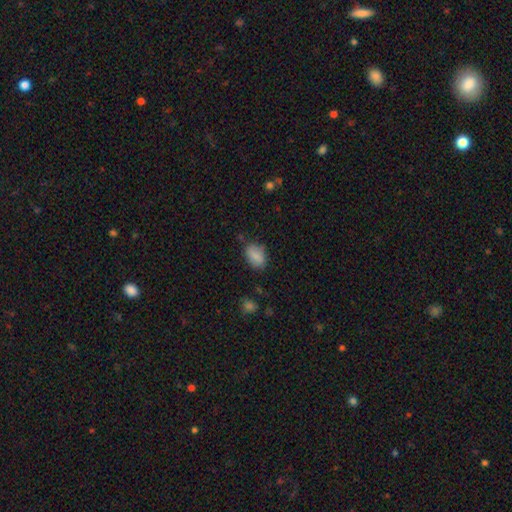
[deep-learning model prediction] Smooth or featured?
  - smooth: 85% *
  - star or artifact: 8%
  - featured or disk: 7%
How rounded?
  - in between: 85% *
  - round: 13%
  - cigar-shaped: 2%
Merging?
  - none: 71% *
  - minor disturbance: 21%
  - major disturbance: 5%
  - merger: 3%